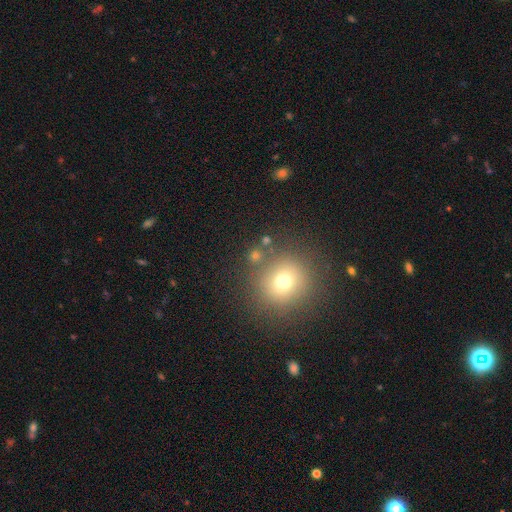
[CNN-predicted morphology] smooth_or_featured: smooth (p=0.69) [alt: star or artifact p=0.21]
how_rounded: round (p=0.88) [alt: in between p=0.11]
merging: none (p=0.79) [alt: minor disturbance p=0.09]